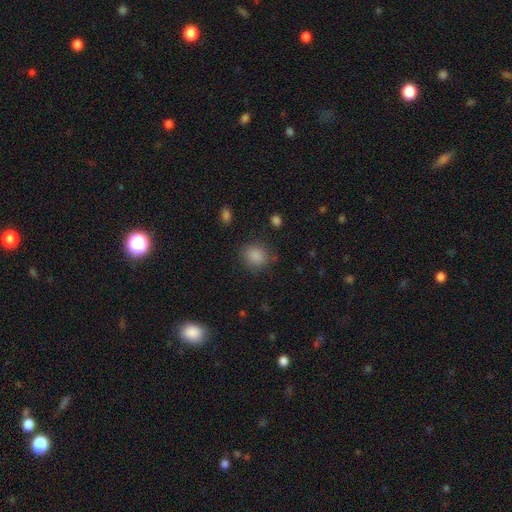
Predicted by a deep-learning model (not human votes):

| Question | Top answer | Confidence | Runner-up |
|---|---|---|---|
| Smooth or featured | smooth | 85% | star or artifact (10%) |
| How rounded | round | 70% | in between (29%) |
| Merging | none | 80% | minor disturbance (14%) |